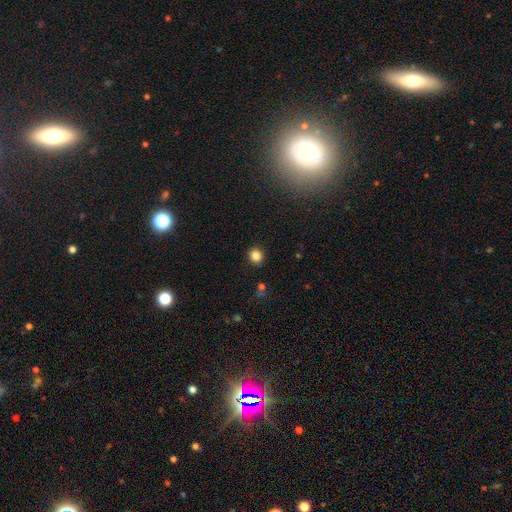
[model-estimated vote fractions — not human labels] A smooth galaxy with no disk features (84%) that is round (81%).

Vote fractions:
- Smooth or featured? smooth: 84% / star or artifact: 12% / featured or disk: 4%
- How rounded? round: 81% / in between: 18% / cigar-shaped: 1%
- Merging? none: 89% / minor disturbance: 8% / major disturbance: 2% / merger: 2%